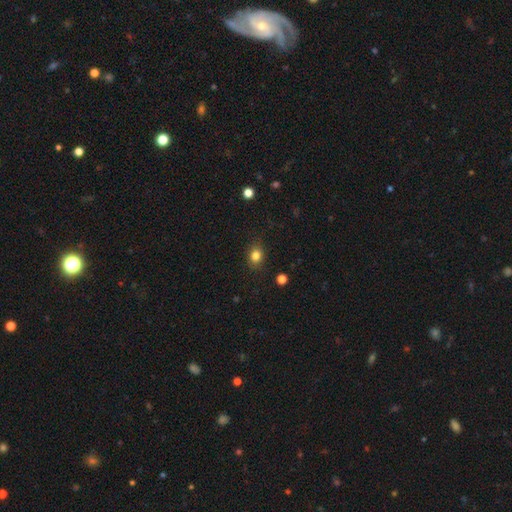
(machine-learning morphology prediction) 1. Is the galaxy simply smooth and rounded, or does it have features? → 82% smooth, 12% star or artifact, 7% featured or disk.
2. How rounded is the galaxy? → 56% round, 43% in between, 1% cigar-shaped.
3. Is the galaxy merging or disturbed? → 85% none, 11% minor disturbance, 3% major disturbance, 1% merger.